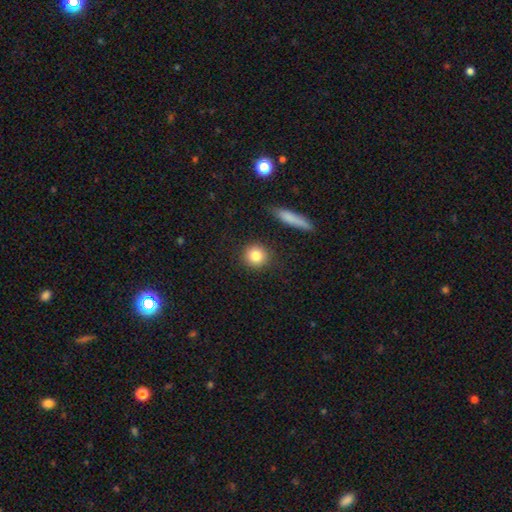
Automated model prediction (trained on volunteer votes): The model was most divided on "smooth or featured": smooth: 84%, star or artifact: 8%, featured or disk: 8%. More confident: how rounded — round (89%); merging — none (87%).